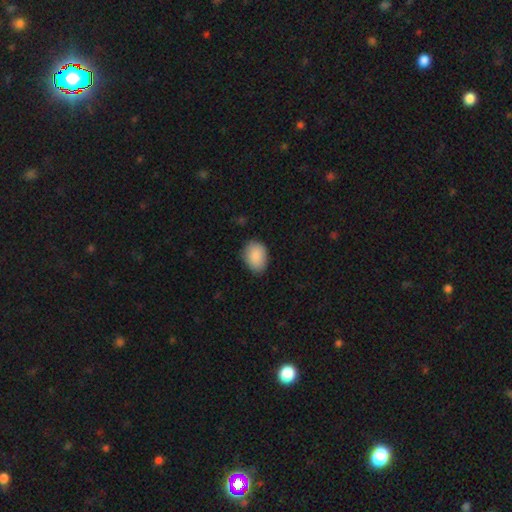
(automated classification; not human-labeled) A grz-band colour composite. It shows a smooth galaxy with no disk features (88%) that is in between round and cigar-shaped (75%). Merging: none (79%).